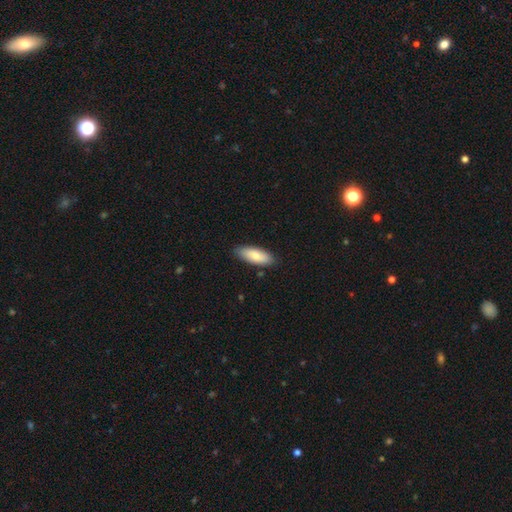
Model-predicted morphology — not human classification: The model was most divided on "how rounded": in between: 78%, cigar-shaped: 20%, round: 2%. More confident: merging — none (85%); smooth or featured — smooth (80%).